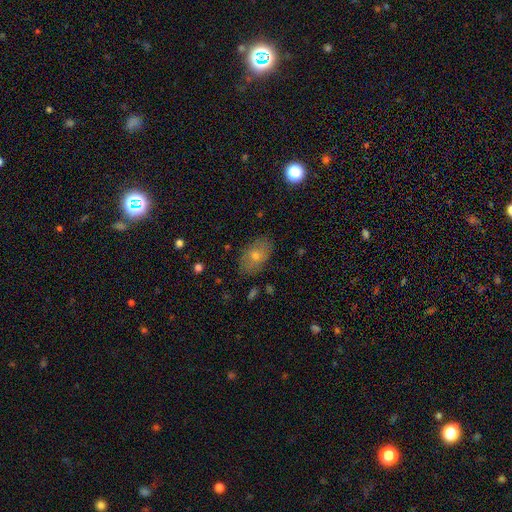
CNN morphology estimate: The model was most divided on "smooth or featured": smooth: 65%, featured or disk: 23%, star or artifact: 12%. More confident: how rounded — in between (88%); merging — none (84%).